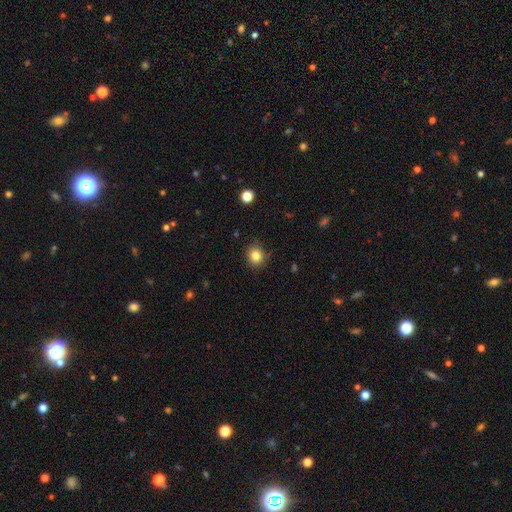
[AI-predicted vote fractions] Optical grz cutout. It shows a smooth galaxy with no disk features (84%) that is round (83%). Merging: none (87%).